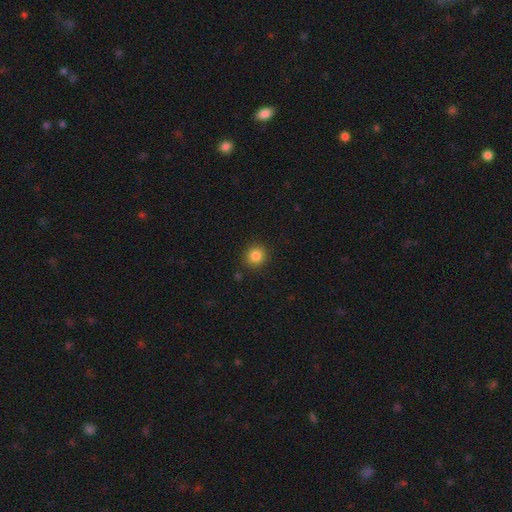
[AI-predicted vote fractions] This appears to be a smooth galaxy with no disk features (85%) that is round (90%). Merging: none (89%).